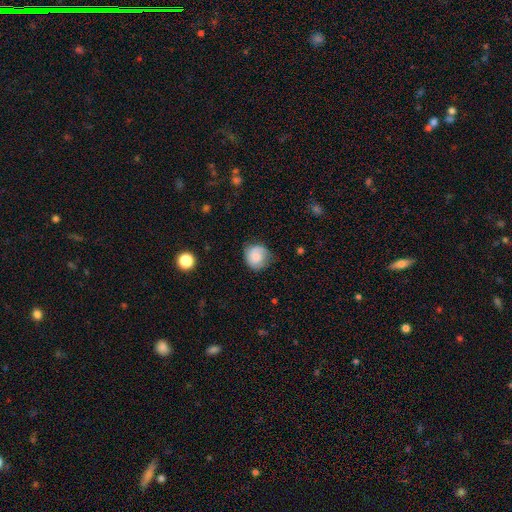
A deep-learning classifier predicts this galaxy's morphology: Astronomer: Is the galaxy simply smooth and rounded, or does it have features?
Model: smooth — 62%.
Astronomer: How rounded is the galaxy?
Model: round — 83%.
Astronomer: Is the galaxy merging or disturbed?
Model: none — 63%.